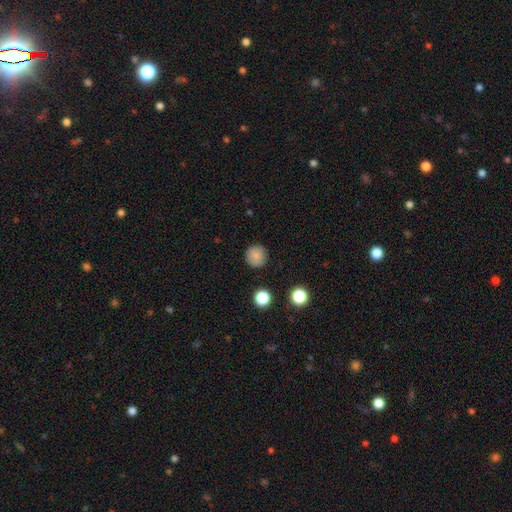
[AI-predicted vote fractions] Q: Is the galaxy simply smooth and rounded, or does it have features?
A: smooth — 85%.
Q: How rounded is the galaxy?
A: round — 94%.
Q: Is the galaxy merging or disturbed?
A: none — 89%.